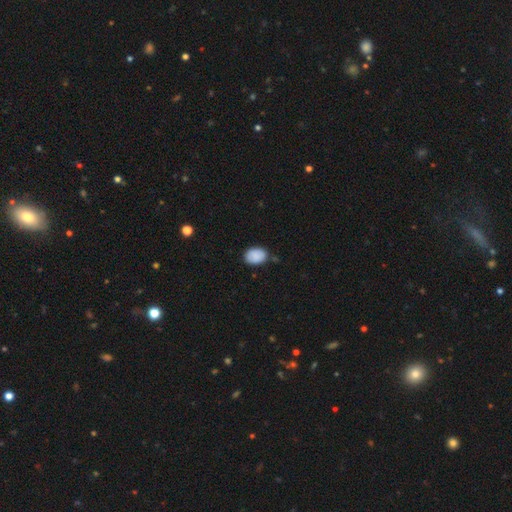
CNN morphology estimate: Smooth or featured? Predicted: smooth (p=0.88). How rounded? Predicted: in between (p=0.79). Merging? Predicted: none (p=0.74).